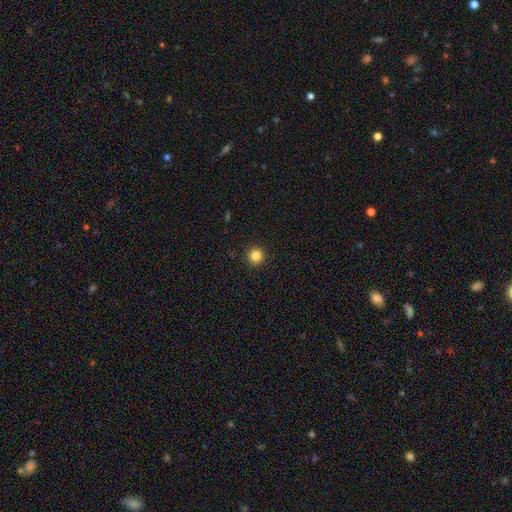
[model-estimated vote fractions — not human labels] A smooth galaxy with no disk features (84%) that is round (94%).

Vote fractions:
- Smooth or featured? smooth: 84% / star or artifact: 11% / featured or disk: 4%
- How rounded? round: 94% / in between: 6% / cigar-shaped: 1%
- Merging? none: 92% / minor disturbance: 5% / major disturbance: 2% / merger: 1%